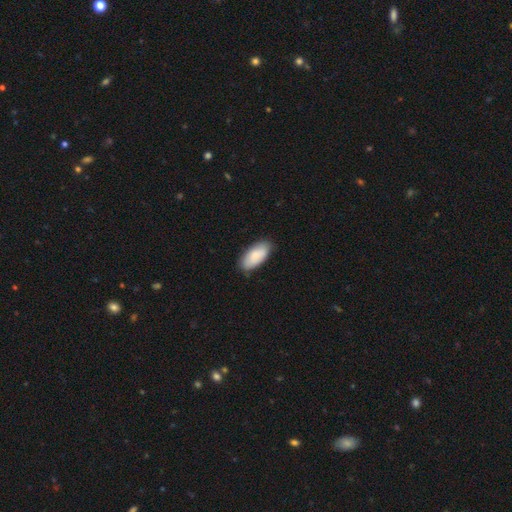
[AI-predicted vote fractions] This appears to be a smooth galaxy with no disk features (86%) that is in between round and cigar-shaped (91%). Merging: none (82%).